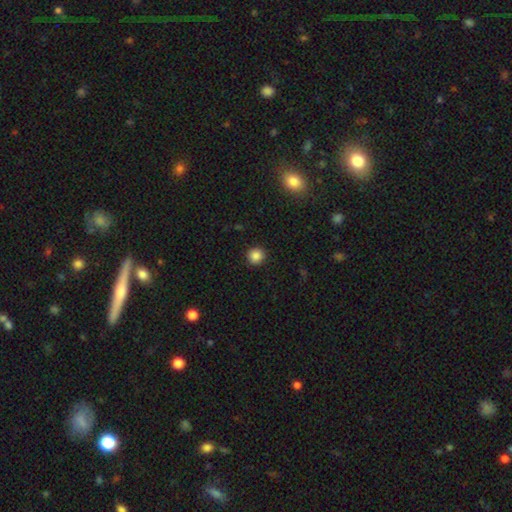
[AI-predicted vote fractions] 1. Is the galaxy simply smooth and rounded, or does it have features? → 86% smooth, 11% star or artifact, 4% featured or disk.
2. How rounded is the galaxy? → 93% round, 6% in between, 1% cigar-shaped.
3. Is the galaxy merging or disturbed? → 92% none, 5% minor disturbance, 2% major disturbance, 1% merger.